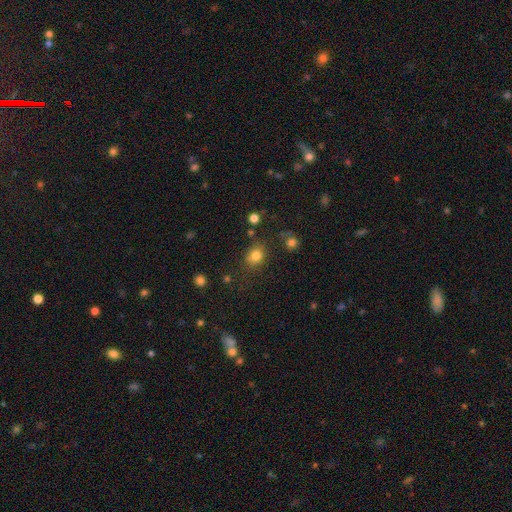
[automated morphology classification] Smooth or featured?
  - smooth: 80% *
  - star or artifact: 13%
  - featured or disk: 6%
How rounded?
  - round: 64% *
  - in between: 35%
  - cigar-shaped: 1%
Merging?
  - none: 74% *
  - minor disturbance: 15%
  - merger: 6%
  - major disturbance: 5%